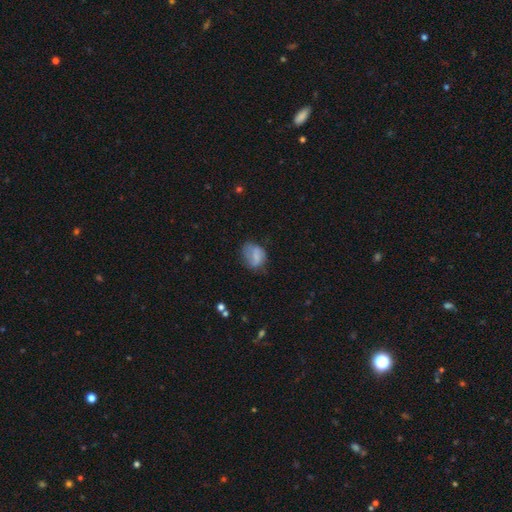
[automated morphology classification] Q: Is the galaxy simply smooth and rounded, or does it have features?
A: smooth — 69%.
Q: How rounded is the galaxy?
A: in between — 66%.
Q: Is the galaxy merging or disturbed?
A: none — 47%.